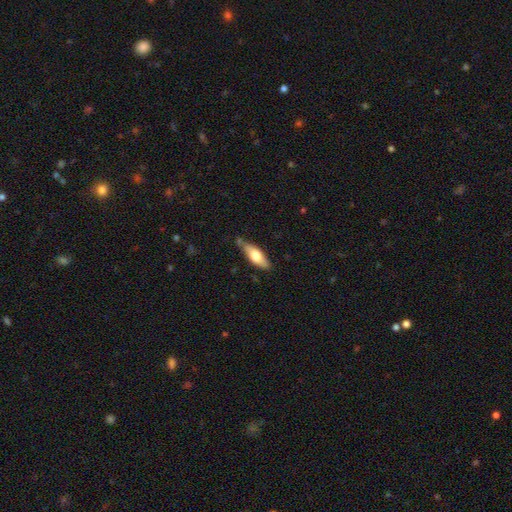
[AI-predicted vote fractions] A smooth galaxy with no disk features (66%) that is in between round and cigar-shaped (66%).

Vote fractions:
- Smooth or featured? smooth: 66% / featured or disk: 28% / star or artifact: 6%
- How rounded? in between: 66% / cigar-shaped: 31% / round: 2%
- Merging? none: 72% / minor disturbance: 20% / merger: 5% / major disturbance: 4%